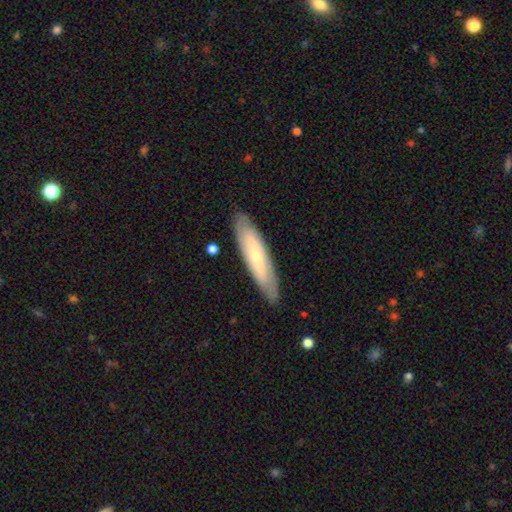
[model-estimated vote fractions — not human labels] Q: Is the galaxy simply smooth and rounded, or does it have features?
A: featured or disk — 51%.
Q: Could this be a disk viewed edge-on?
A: no — 54%.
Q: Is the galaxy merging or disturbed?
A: none — 86%.